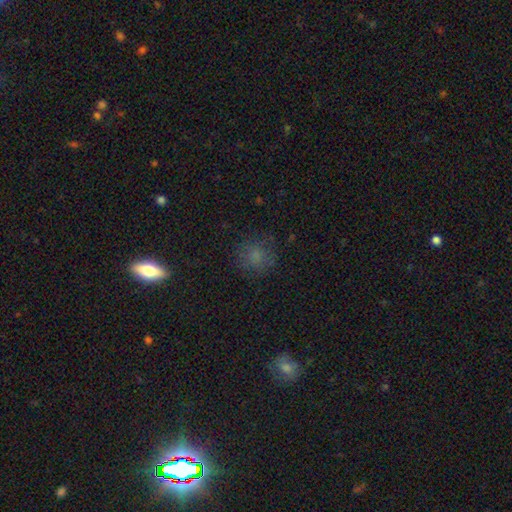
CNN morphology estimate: type=smooth (73%); roundness=round (88%); merging=none (79%).